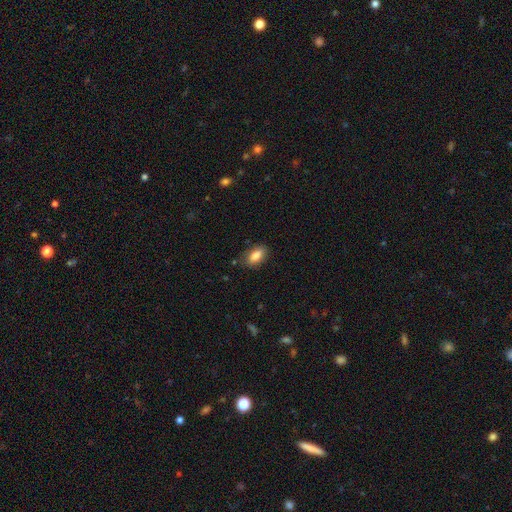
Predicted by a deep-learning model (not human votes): smooth_or_featured: smooth (p=0.85) [alt: star or artifact p=0.08]
how_rounded: in between (p=0.90) [alt: round p=0.05]
merging: none (p=0.82) [alt: minor disturbance p=0.13]